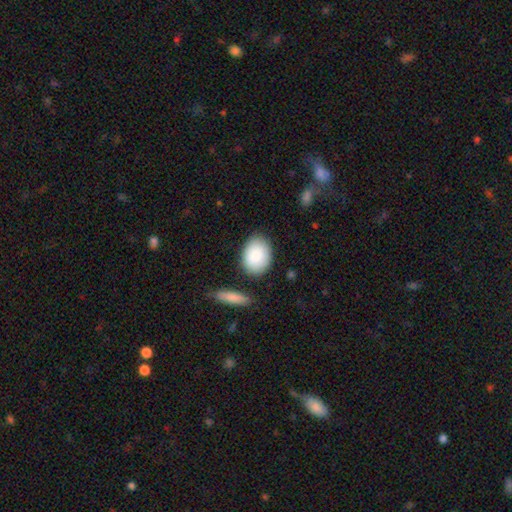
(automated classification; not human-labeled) Smooth or featured? Predicted: smooth (p=0.89). How rounded? Predicted: in between (p=0.75). Merging? Predicted: none (p=0.81).